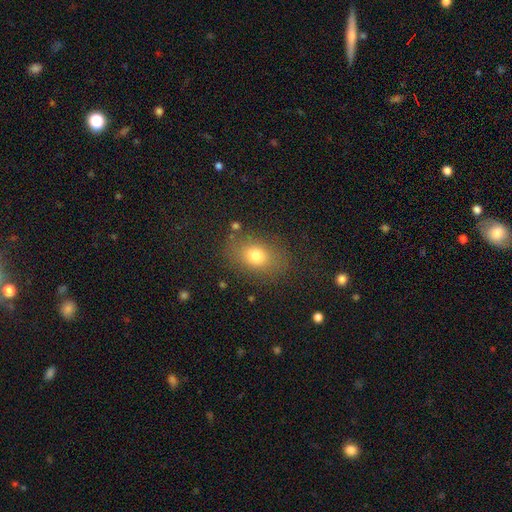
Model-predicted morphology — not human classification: Q: Smooth or featured?
A: smooth (76%); runner-up: star or artifact (13%)
Q: How rounded?
A: in between (68%); runner-up: round (31%)
Q: Merging?
A: none (80%); runner-up: minor disturbance (13%)